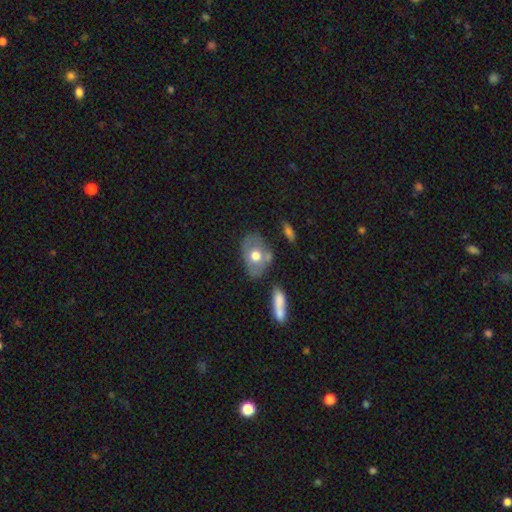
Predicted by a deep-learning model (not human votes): Smooth or featured: smooth — 54% (featured or disk — 39%)
How rounded: in between — 77% (round — 22%)
Merging: none — 59% (minor disturbance — 20%)